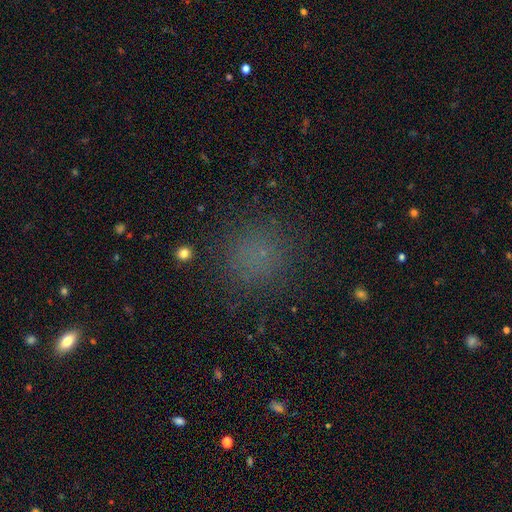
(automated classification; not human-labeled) smooth_or_featured: smooth (p=0.69) [alt: star or artifact p=0.26]
how_rounded: round (p=0.92) [alt: in between p=0.07]
merging: none (p=0.86) [alt: minor disturbance p=0.08]